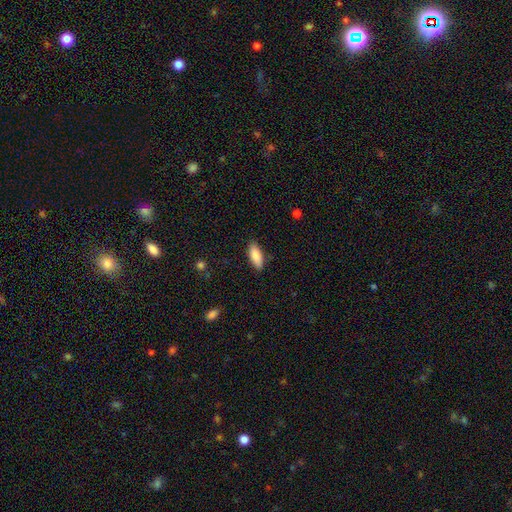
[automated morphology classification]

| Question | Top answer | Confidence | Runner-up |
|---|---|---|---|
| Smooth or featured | smooth | 87% | featured or disk (7%) |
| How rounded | in between | 77% | cigar-shaped (21%) |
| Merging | none | 86% | minor disturbance (11%) |